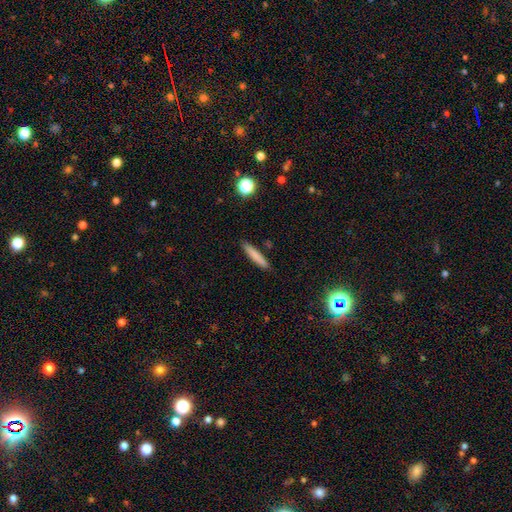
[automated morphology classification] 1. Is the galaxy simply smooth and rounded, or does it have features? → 80% smooth, 13% featured or disk, 7% star or artifact.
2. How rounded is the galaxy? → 92% cigar-shaped, 7% in between, 1% round.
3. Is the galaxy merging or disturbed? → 89% none, 8% minor disturbance, 2% merger, 2% major disturbance.